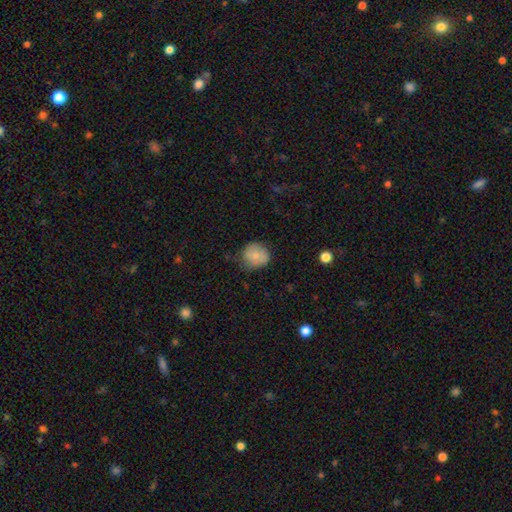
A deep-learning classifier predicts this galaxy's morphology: The model was most divided on "merging": none: 63%, minor disturbance: 29%, major disturbance: 7%, merger: 2%. More confident: how rounded — round (80%); smooth or featured — smooth (76%).